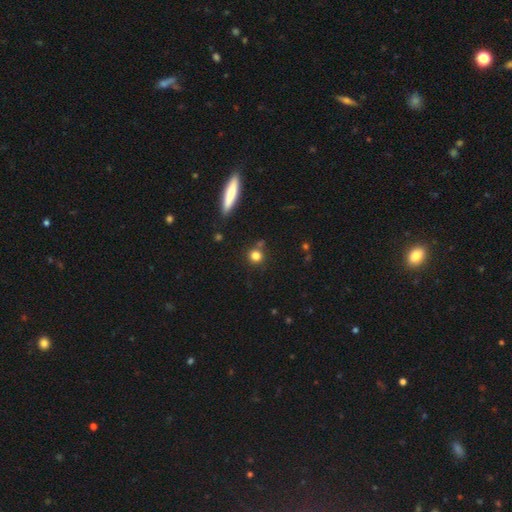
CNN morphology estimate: smooth_or_featured: smooth (p=0.80) [alt: star or artifact p=0.13]
how_rounded: round (p=0.86) [alt: in between p=0.11]
merging: none (p=0.77) [alt: minor disturbance p=0.10]